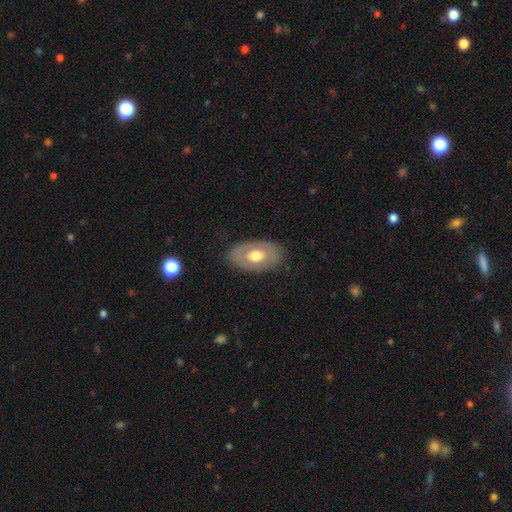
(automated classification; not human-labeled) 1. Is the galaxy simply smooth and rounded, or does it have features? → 54% smooth, 40% featured or disk, 6% star or artifact.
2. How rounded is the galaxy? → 89% in between, 9% round, 1% cigar-shaped.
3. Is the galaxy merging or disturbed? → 81% none, 14% minor disturbance, 5% major disturbance, 1% merger.